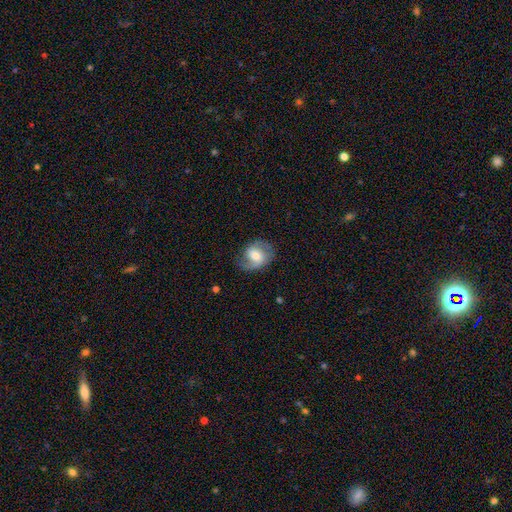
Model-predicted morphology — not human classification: A featured or disk galaxy (63%) with a weak bar (47%), 2 (75%) medium (46%) spiral arms (88%) and a moderate central bulge (58%).

Vote fractions:
- Smooth or featured? featured or disk: 63% / smooth: 30% / star or artifact: 7%
- Edge-on disk? no: 97% / yes: 3%
- Bar? weak: 47% / no: 36% / strong: 18%
- Spiral arms? yes: 88% / no: 12%
- Spiral winding? medium: 46% / loose: 33% / tight: 20%
- Spiral arm count? 2: 75% / 1: 15% / can't tell: 7% / 3: 1% / 4: 1% / more than 4: 1%
- Bulge size? moderate: 58% / small: 26% / large: 11% / none: 3% / dominant: 2%
- Merging? none: 71% / minor disturbance: 19% / major disturbance: 9% / merger: 1%